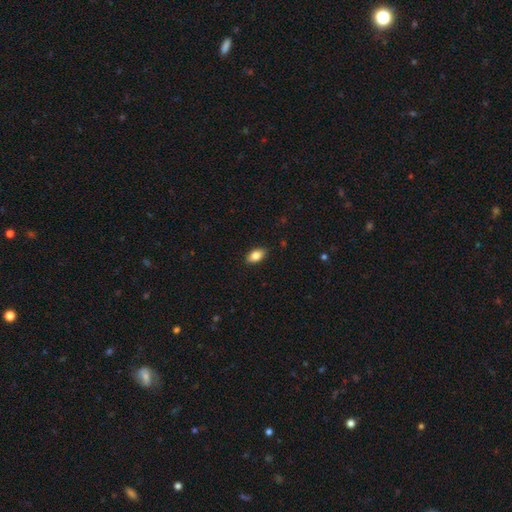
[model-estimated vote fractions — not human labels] Smooth or featured: smooth — 81% (featured or disk — 11%)
How rounded: in between — 90% (round — 6%)
Merging: none — 88% (minor disturbance — 9%)